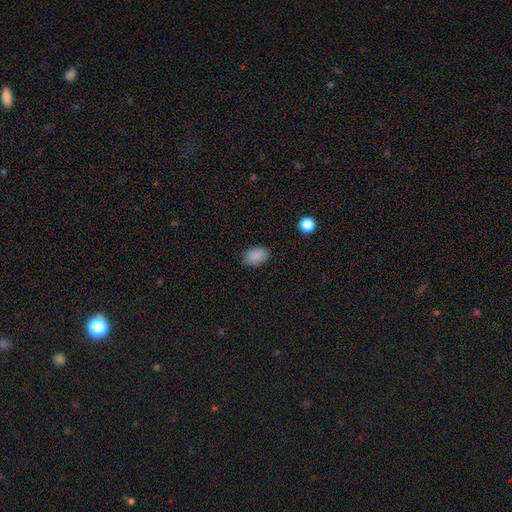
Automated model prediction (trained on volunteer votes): smooth_or_featured: smooth (p=0.87) [alt: star or artifact p=0.09]
how_rounded: in between (p=0.84) [alt: round p=0.15]
merging: none (p=0.81) [alt: minor disturbance p=0.15]